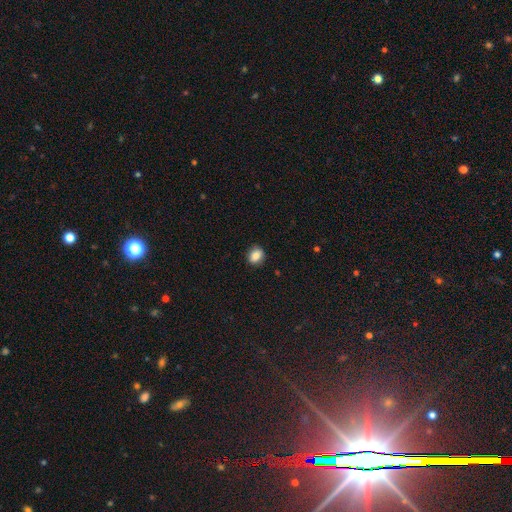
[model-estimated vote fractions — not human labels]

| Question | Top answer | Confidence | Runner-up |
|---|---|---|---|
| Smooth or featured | smooth | 86% | star or artifact (9%) |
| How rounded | in between | 50% | round (49%) |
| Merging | none | 87% | minor disturbance (10%) |